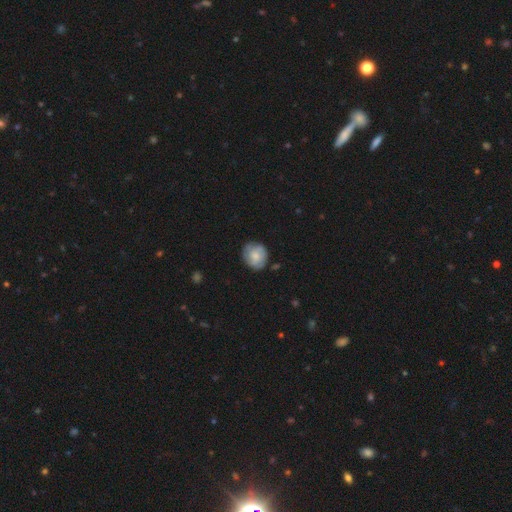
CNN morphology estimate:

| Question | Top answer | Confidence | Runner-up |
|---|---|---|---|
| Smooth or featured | smooth | 63% | featured or disk (30%) |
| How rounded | round | 76% | in between (23%) |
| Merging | none | 74% | minor disturbance (20%) |